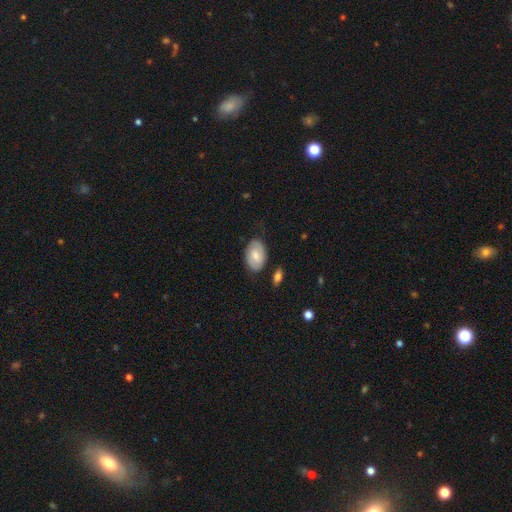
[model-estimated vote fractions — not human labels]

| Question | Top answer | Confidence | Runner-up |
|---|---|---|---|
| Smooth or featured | smooth | 54% | featured or disk (39%) |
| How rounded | in between | 89% | round (10%) |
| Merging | none | 78% | minor disturbance (16%) |